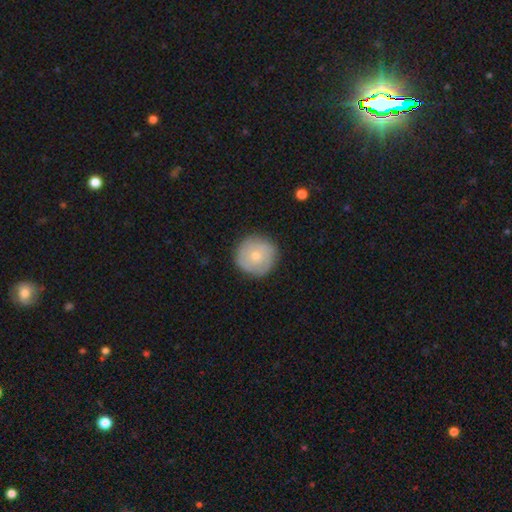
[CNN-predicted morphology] A smooth galaxy with no disk features (62%) that is round (96%).

Vote fractions:
- Smooth or featured? smooth: 62% / featured or disk: 31% / star or artifact: 8%
- How rounded? round: 96% / in between: 3% / cigar-shaped: 1%
- Merging? none: 86% / minor disturbance: 10% / major disturbance: 3% / merger: 1%